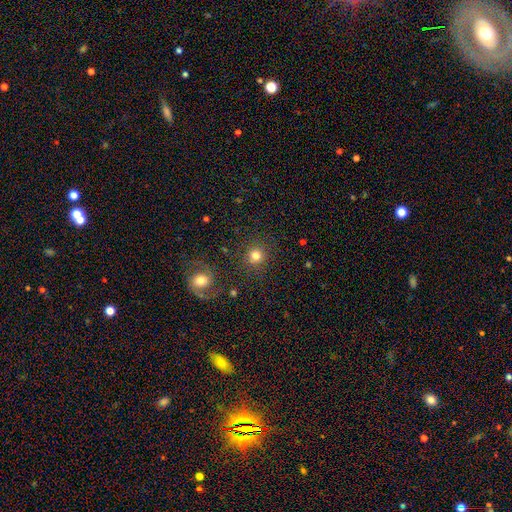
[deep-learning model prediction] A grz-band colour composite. It shows a smooth galaxy with no disk features (78%) that is round (91%). Merging: none (86%).